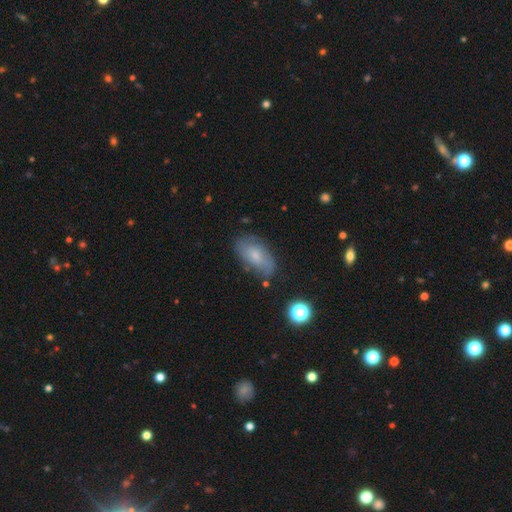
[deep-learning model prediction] smooth-or-featured: smooth: 55% | featured or disk: 36% | star or artifact: 9%
  how-rounded: in between: 91% | round: 5% | cigar-shaped: 4%
  merging: none: 70% | minor disturbance: 21% | major disturbance: 6% | merger: 3%